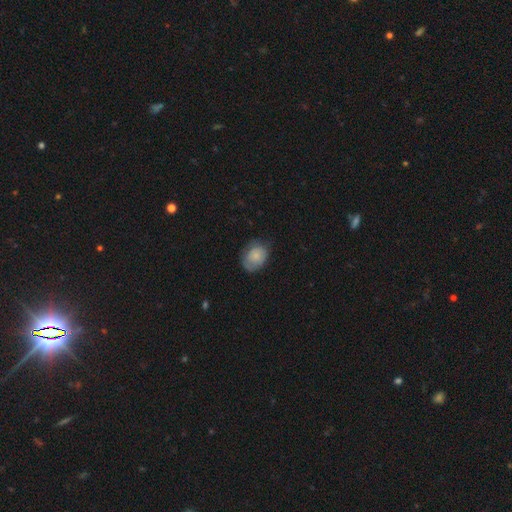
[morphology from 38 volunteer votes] Volunteers were most divided on "how rounded": in between: 69%, round: 31%, cigar-shaped: 0%. More confident: smooth or featured — smooth (84%); merging — none (71%).